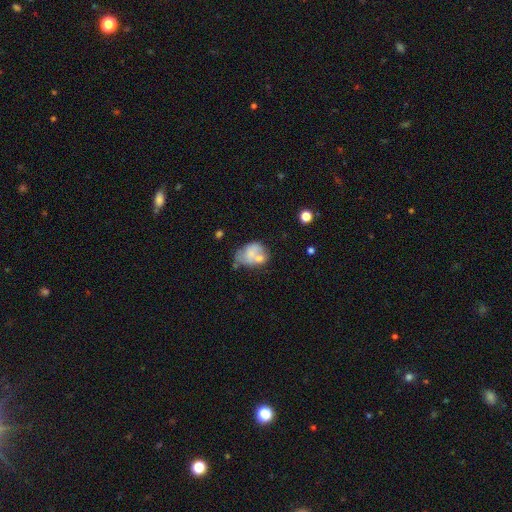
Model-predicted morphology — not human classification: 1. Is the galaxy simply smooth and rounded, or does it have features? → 59% smooth, 32% featured or disk, 9% star or artifact.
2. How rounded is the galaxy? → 66% in between, 33% round, 1% cigar-shaped.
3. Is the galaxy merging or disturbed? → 35% merger, 26% none, 23% minor disturbance, 16% major disturbance.